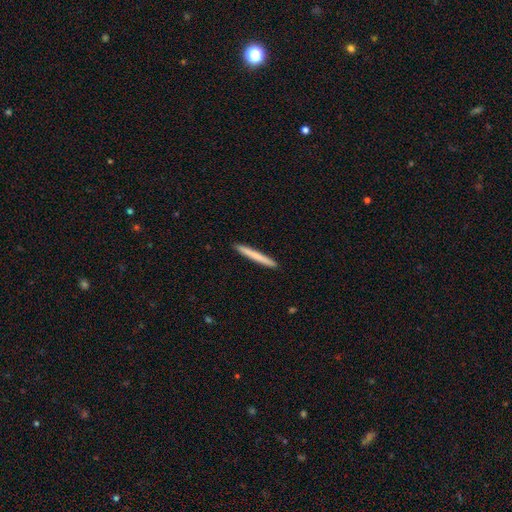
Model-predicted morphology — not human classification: smooth_or_featured: smooth (p=0.72) [alt: featured or disk p=0.23]
how_rounded: cigar-shaped (p=0.97) [alt: in between p=0.02]
merging: none (p=0.93) [alt: minor disturbance p=0.05]